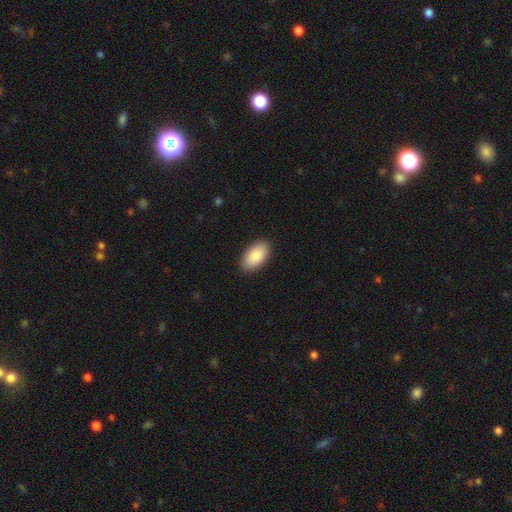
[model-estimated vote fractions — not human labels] Overall: smooth (88%). How rounded: in between (95%). Merging: none (89%).